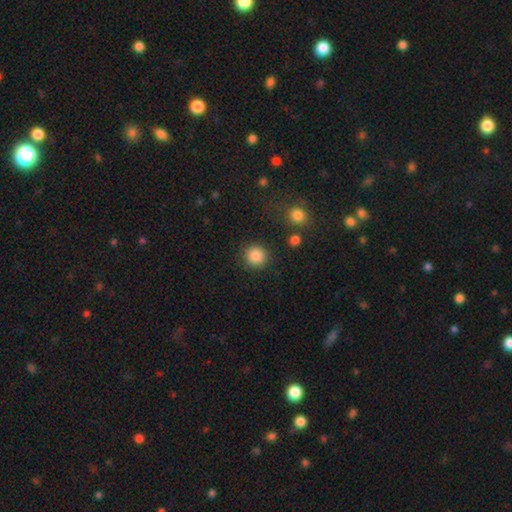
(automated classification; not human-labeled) Smooth or featured? Predicted: smooth (p=0.87). How rounded? Predicted: round (p=0.93). Merging? Predicted: none (p=0.88).